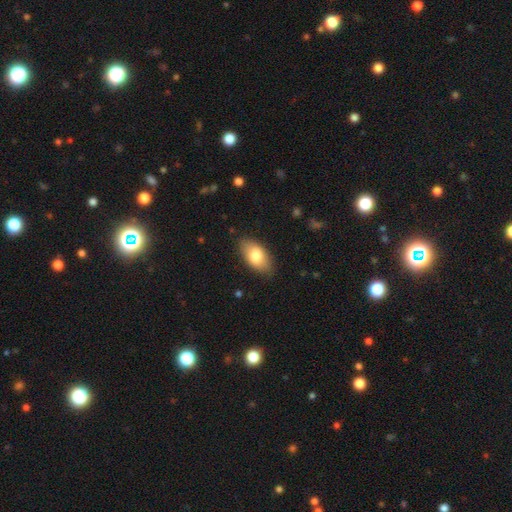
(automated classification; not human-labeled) Smooth or featured? smooth (79%)
How rounded? in between (93%)
Merging? none (84%)